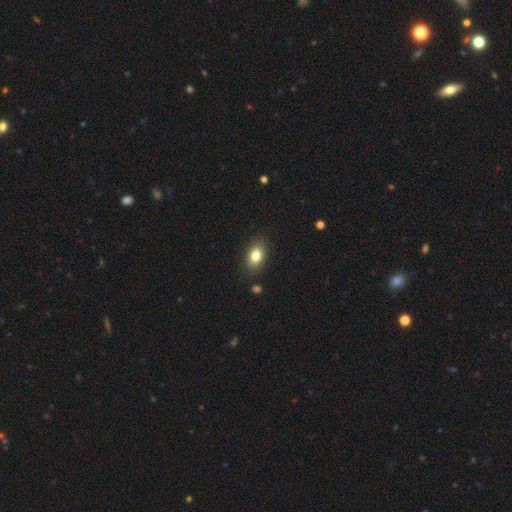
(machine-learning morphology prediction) smooth-or-featured: smooth: 83% | featured or disk: 9% | star or artifact: 8%
  how-rounded: in between: 86% | round: 12% | cigar-shaped: 2%
  merging: none: 85% | minor disturbance: 10% | major disturbance: 3% | merger: 2%